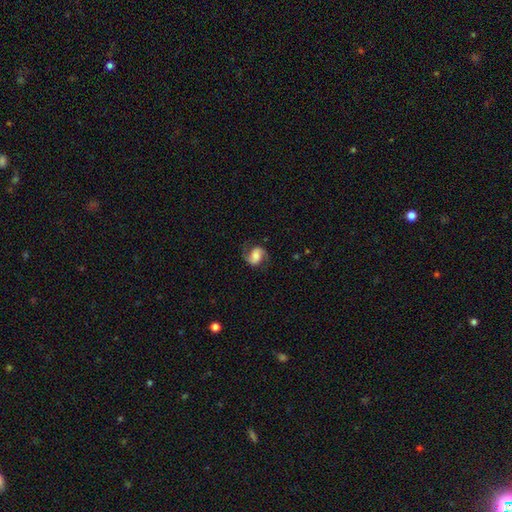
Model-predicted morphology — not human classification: featured or disk 71%, smooth 20%, star or artifact 8%. Down the decision tree: edge-on disk — no (98%); bar — no (43%); spiral arms — yes (95%); spiral arm count — 2 (91%); spiral winding — medium (46%); bulge size — moderate (31%); merging — none (75%).